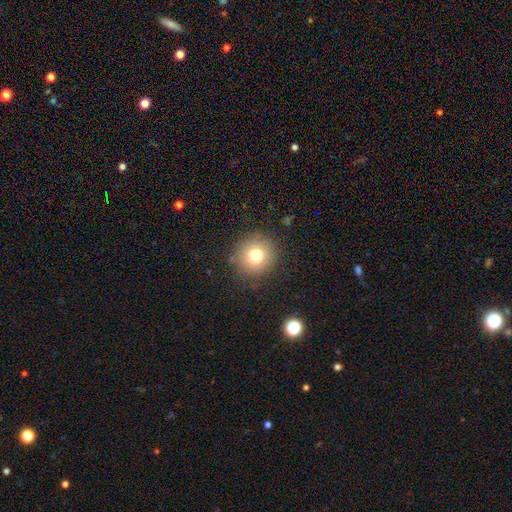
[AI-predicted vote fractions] The model was most divided on "smooth or featured": smooth: 76%, star or artifact: 14%, featured or disk: 11%. More confident: how rounded — round (93%); merging — none (87%).